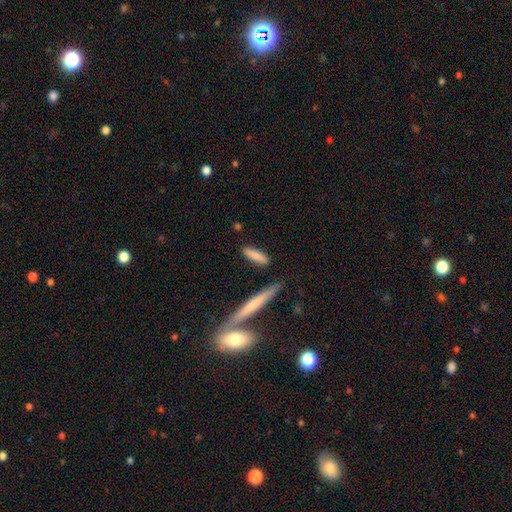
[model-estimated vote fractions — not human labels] Morphology: type=smooth (80%); roundness=cigar-shaped (68%); merging=none (82%).